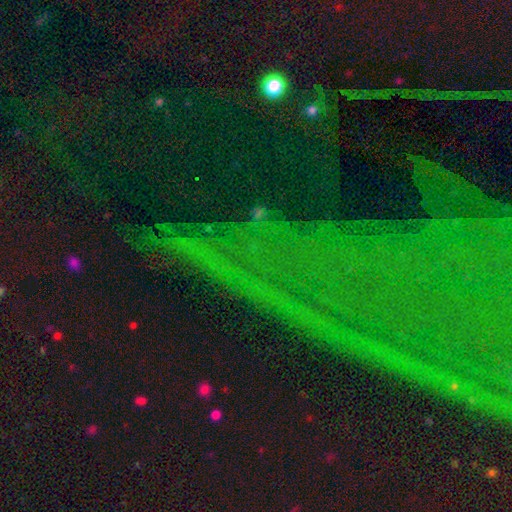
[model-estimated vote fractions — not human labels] A star or artifact, not a galaxy (80%).